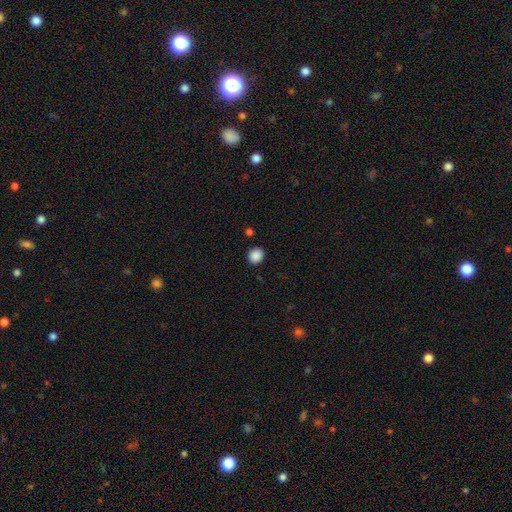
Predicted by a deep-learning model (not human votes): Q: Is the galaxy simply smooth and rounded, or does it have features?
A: smooth — 88%.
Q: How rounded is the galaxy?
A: round — 76%.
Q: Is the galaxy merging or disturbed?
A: none — 89%.